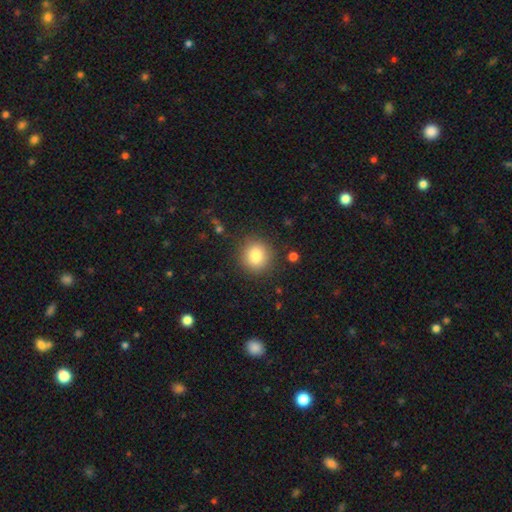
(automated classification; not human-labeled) Q: Smooth or featured?
A: smooth (85%); runner-up: star or artifact (9%)
Q: How rounded?
A: round (88%); runner-up: in between (11%)
Q: Merging?
A: none (86%); runner-up: minor disturbance (9%)